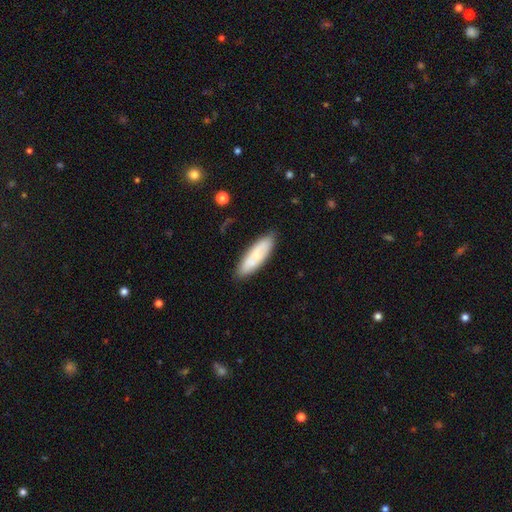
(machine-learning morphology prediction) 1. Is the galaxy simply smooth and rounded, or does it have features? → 63% smooth, 31% featured or disk, 6% star or artifact.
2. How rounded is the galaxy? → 51% in between, 47% cigar-shaped, 2% round.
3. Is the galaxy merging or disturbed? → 78% none, 16% minor disturbance, 3% merger, 3% major disturbance.